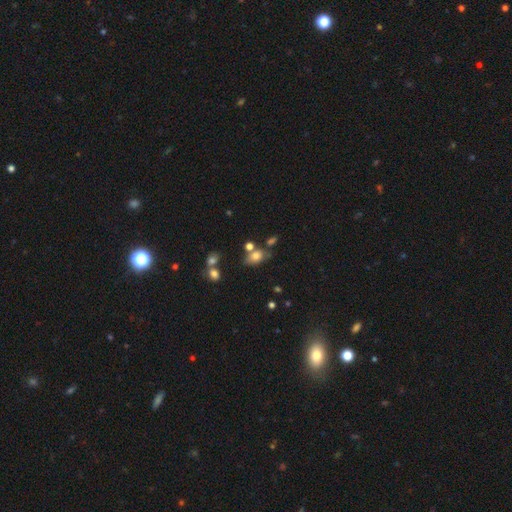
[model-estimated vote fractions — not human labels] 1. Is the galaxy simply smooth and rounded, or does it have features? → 73% smooth, 13% featured or disk, 13% star or artifact.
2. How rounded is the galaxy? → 82% in between, 15% round, 3% cigar-shaped.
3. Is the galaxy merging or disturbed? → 53% none, 21% merger, 19% minor disturbance, 7% major disturbance.